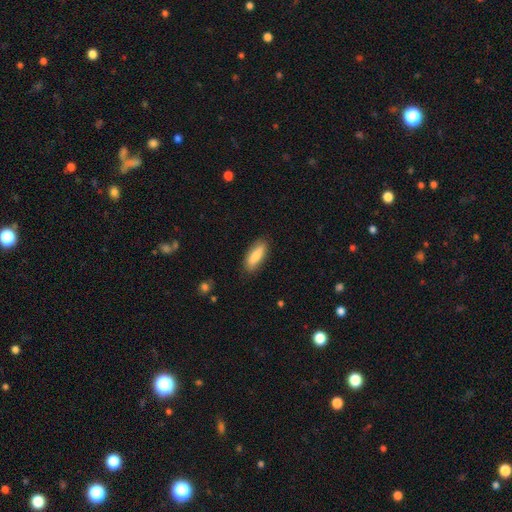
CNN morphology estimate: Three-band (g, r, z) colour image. It shows a smooth galaxy with no disk features (83%) that is in between round and cigar-shaped (65%). Merging: none (84%).